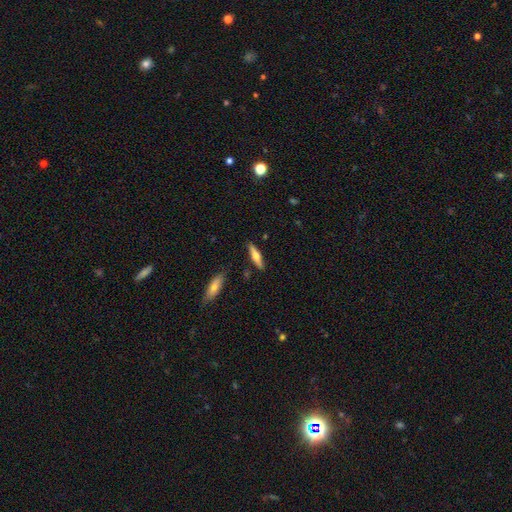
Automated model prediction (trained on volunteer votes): Overall: smooth (53%; featured or disk 41%). How rounded: cigar-shaped (74%). Merging: none (86%).